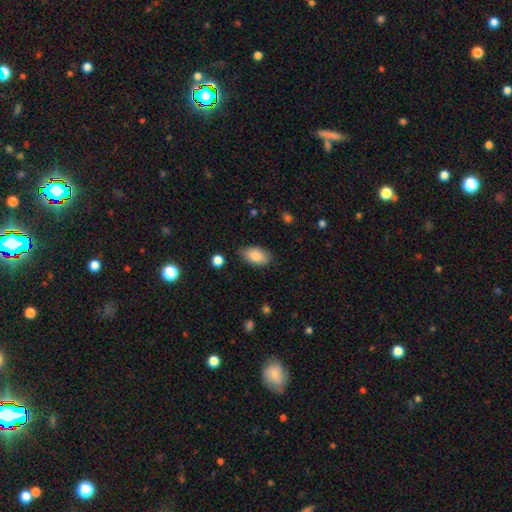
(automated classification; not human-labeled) Smooth or featured? smooth (84%)
How rounded? in between (93%)
Merging? none (83%)